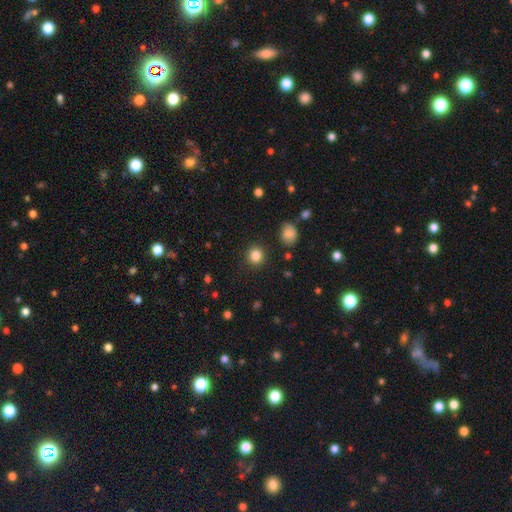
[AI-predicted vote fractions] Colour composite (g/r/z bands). It shows a smooth galaxy with no disk features (84%) that is round (90%). Merging: none (90%).